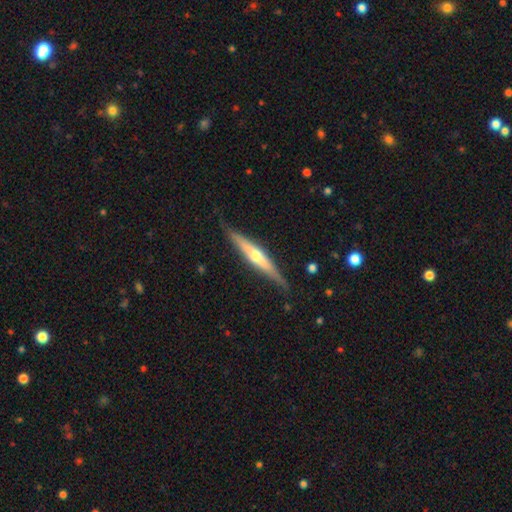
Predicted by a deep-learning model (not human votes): smooth_or_featured: featured or disk (p=0.67) [alt: smooth p=0.28]
disk_edge_on: yes (p=0.96) [alt: no p=0.04]
edge_on_bulge: rounded (p=0.82) [alt: none p=0.13]
merging: none (p=0.84) [alt: minor disturbance p=0.12]